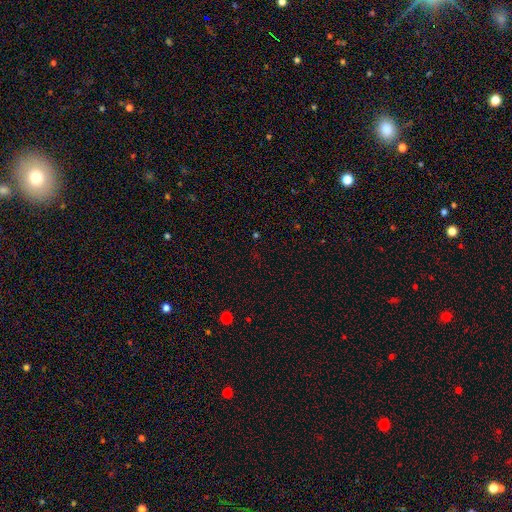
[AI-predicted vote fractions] Smooth or featured?
  - star or artifact: 63% *
  - smooth: 30%
  - featured or disk: 7%